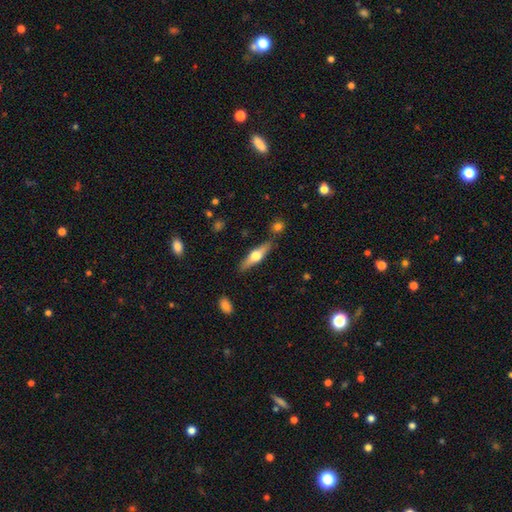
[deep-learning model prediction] smooth_or_featured: featured or disk (p=0.58) [alt: smooth p=0.37]
disk_edge_on: yes (p=0.94) [alt: no p=0.06]
edge_on_bulge: rounded (p=0.95) [alt: boxy p=0.03]
merging: none (p=0.82) [alt: minor disturbance p=0.10]